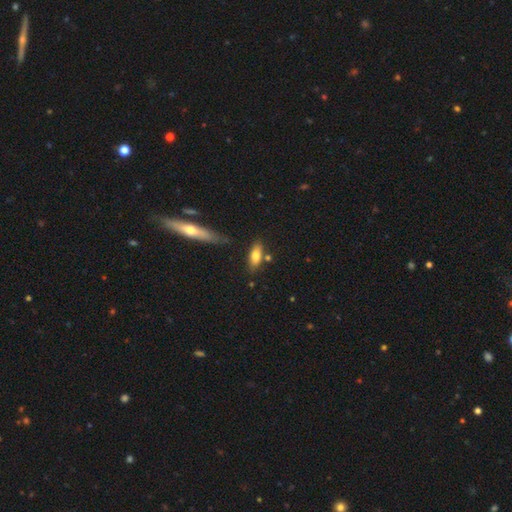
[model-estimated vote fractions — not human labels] A smooth galaxy with no disk features (74%) that is in between round and cigar-shaped (75%).

Vote fractions:
- Smooth or featured? smooth: 74% / featured or disk: 19% / star or artifact: 7%
- How rounded? in between: 75% / cigar-shaped: 23% / round: 3%
- Merging? none: 70% / minor disturbance: 15% / merger: 10% / major disturbance: 4%